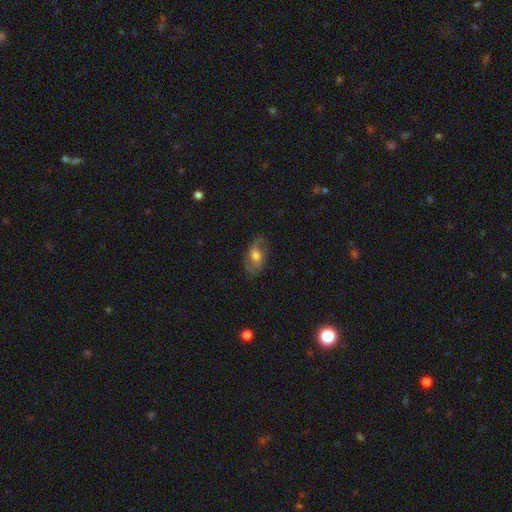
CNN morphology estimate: smooth_or_featured: featured or disk (p=0.56) [alt: smooth p=0.36]
disk_edge_on: no (p=0.93) [alt: yes p=0.07]
bar: no (p=0.50) [alt: weak p=0.38]
has_spiral_arms: yes (p=0.81) [alt: no p=0.19]
bulge_size: moderate (p=0.67) [alt: small p=0.16]
merging: none (p=0.72) [alt: minor disturbance p=0.19]